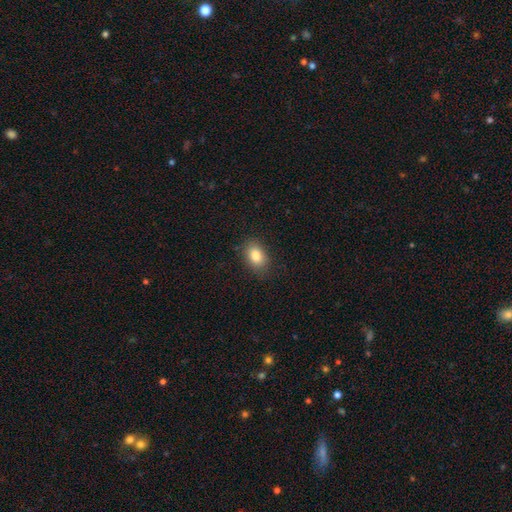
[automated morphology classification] smooth 83%, star or artifact 9%, featured or disk 8%. Down the decision tree: how rounded — in between (81%); merging — none (84%).